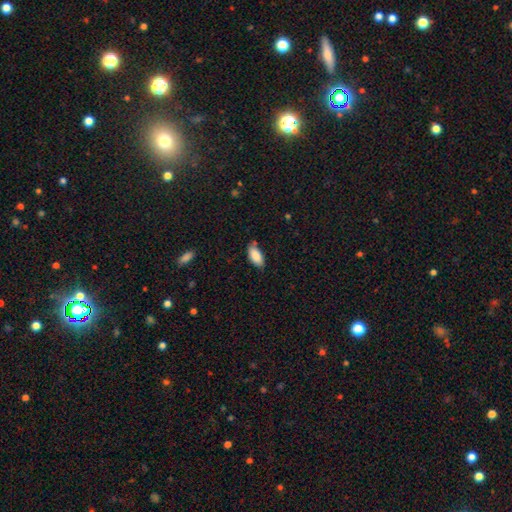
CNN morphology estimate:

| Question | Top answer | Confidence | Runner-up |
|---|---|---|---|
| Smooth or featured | smooth | 87% | star or artifact (7%) |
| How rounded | in between | 90% | cigar-shaped (8%) |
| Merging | none | 76% | minor disturbance (18%) |